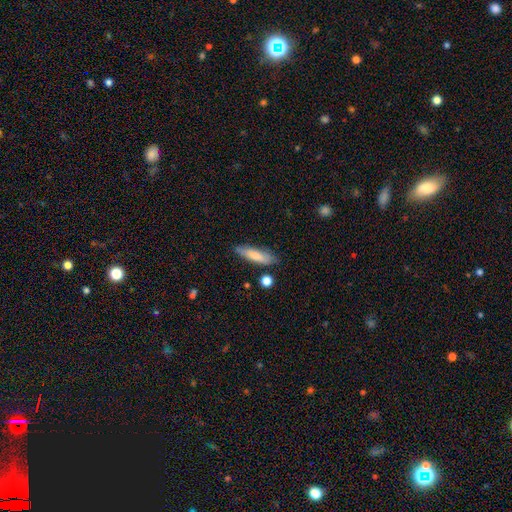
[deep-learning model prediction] Morphology: type=smooth (79%); roundness=cigar-shaped (69%); merging=none (78%).